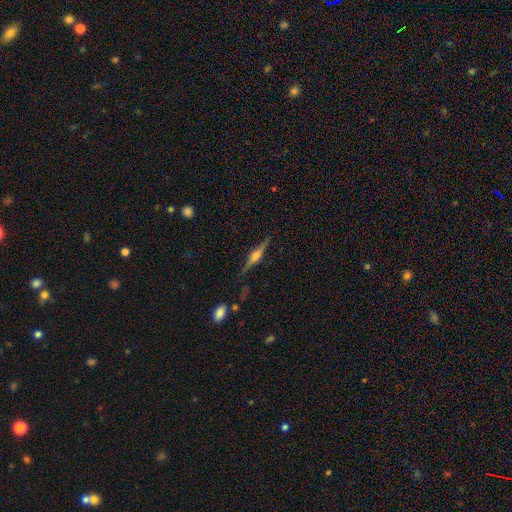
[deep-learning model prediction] A featured or disk galaxy (78%) viewed edge-on (97%) with a rounded central bulge (88%).

Vote fractions:
- Smooth or featured? featured or disk: 78% / smooth: 15% / star or artifact: 7%
- Edge-on disk? yes: 97% / no: 3%
- Edge-on bulge? rounded: 88% / boxy: 9% / none: 3%
- Merging? none: 83% / minor disturbance: 12% / major disturbance: 3% / merger: 2%